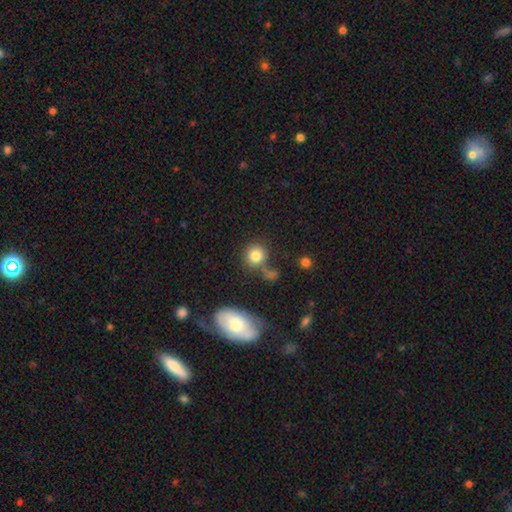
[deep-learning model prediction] smooth-or-featured: smooth: 82% | star or artifact: 10% | featured or disk: 8%
  how-rounded: round: 86% | in between: 13% | cigar-shaped: 1%
  merging: none: 69% | merger: 13% | minor disturbance: 13% | major disturbance: 5%